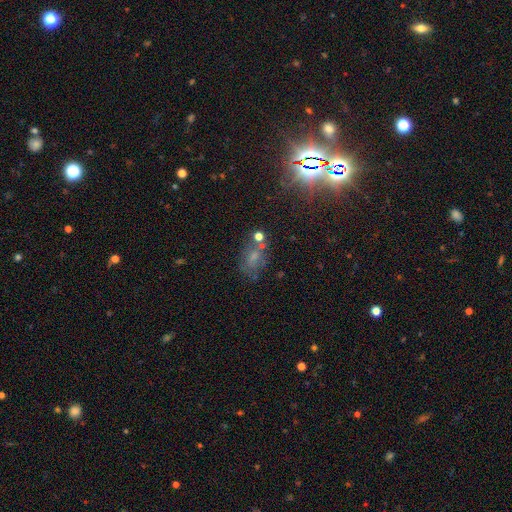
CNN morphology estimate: A star or artifact, not a galaxy (52%).